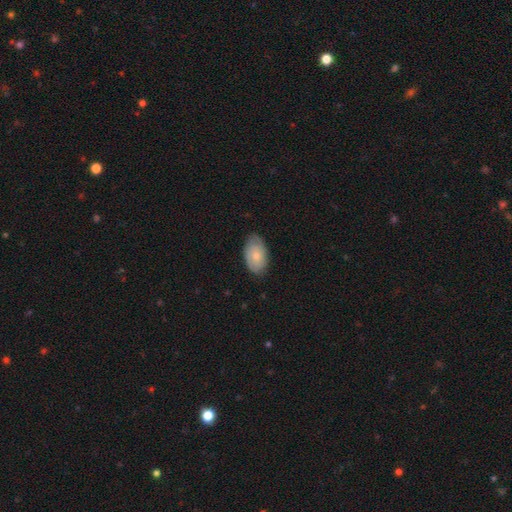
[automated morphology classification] Smooth or featured? smooth (72%)
How rounded? in between (93%)
Merging? none (77%)